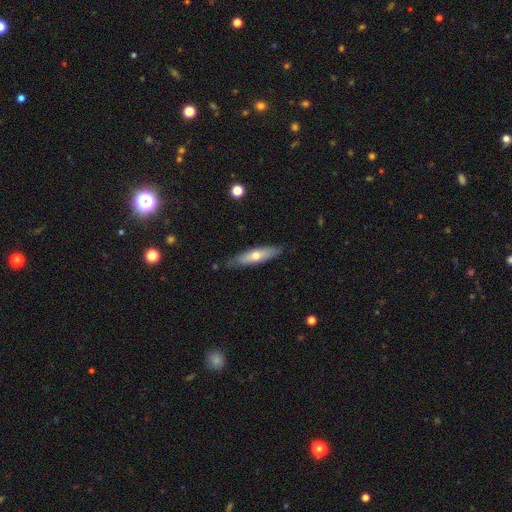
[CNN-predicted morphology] smooth-or-featured: smooth: 56% | featured or disk: 38% | star or artifact: 6%
  how-rounded: cigar-shaped: 66% | in between: 32% | round: 2%
  merging: none: 83% | minor disturbance: 13% | major disturbance: 3% | merger: 1%